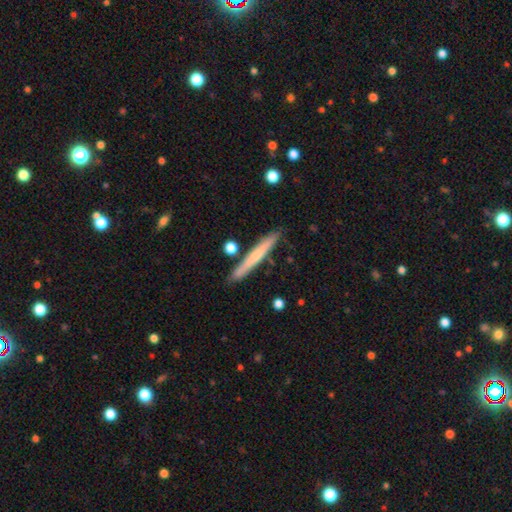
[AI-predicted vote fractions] smooth-or-featured: smooth: 61% | featured or disk: 33% | star or artifact: 6%
  how-rounded: cigar-shaped: 96% | in between: 2% | round: 1%
  merging: none: 86% | minor disturbance: 9% | merger: 3% | major disturbance: 2%